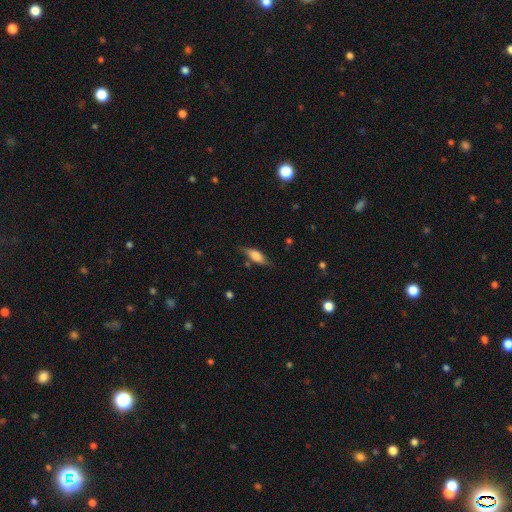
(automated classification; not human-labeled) smooth_or_featured: smooth (p=0.66) [alt: featured or disk p=0.27]
how_rounded: in between (p=0.64) [alt: cigar-shaped p=0.33]
merging: none (p=0.70) [alt: minor disturbance p=0.22]